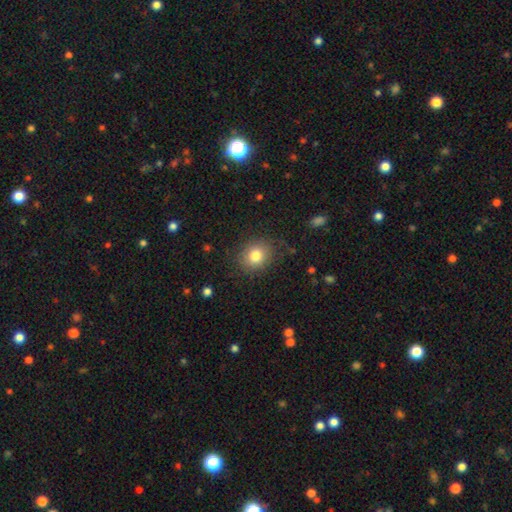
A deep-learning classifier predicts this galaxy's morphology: A smooth galaxy with no disk features (79%) that is round (67%).

Vote fractions:
- Smooth or featured? smooth: 79% / star or artifact: 11% / featured or disk: 10%
- How rounded? round: 67% / in between: 33% / cigar-shaped: 1%
- Merging? none: 83% / minor disturbance: 11% / major disturbance: 4% / merger: 1%